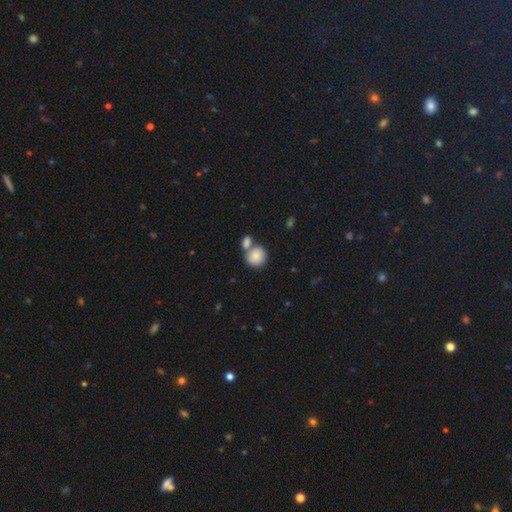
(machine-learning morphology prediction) smooth 83%, featured or disk 9%, star or artifact 7%. Down the decision tree: how rounded — round (85%); merging — none (45%).